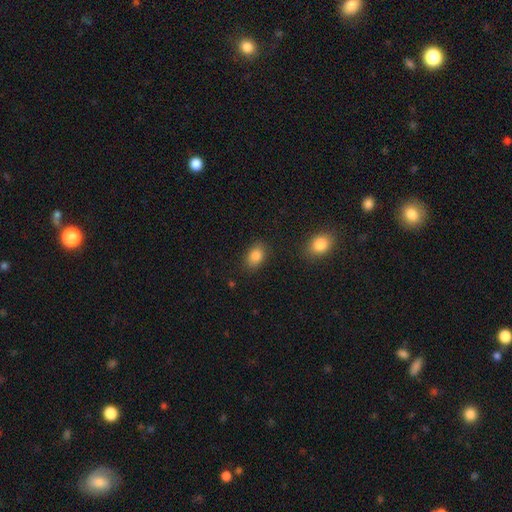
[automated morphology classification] A smooth galaxy with no disk features (85%) that is in between round and cigar-shaped (80%).

Vote fractions:
- Smooth or featured? smooth: 85% / star or artifact: 9% / featured or disk: 6%
- How rounded? in between: 80% / round: 19% / cigar-shaped: 1%
- Merging? none: 84% / minor disturbance: 11% / major disturbance: 3% / merger: 2%